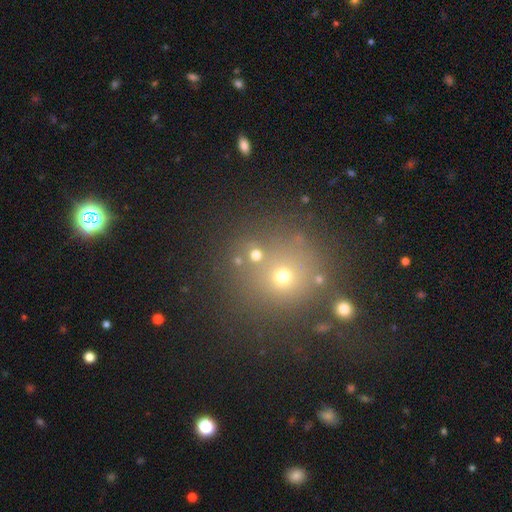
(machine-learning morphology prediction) smooth-or-featured: smooth: 54% | star or artifact: 35% | featured or disk: 11%
  how-rounded: round: 92% | in between: 7% | cigar-shaped: 1%
  merging: none: 73% | merger: 12% | minor disturbance: 9% | major disturbance: 5%